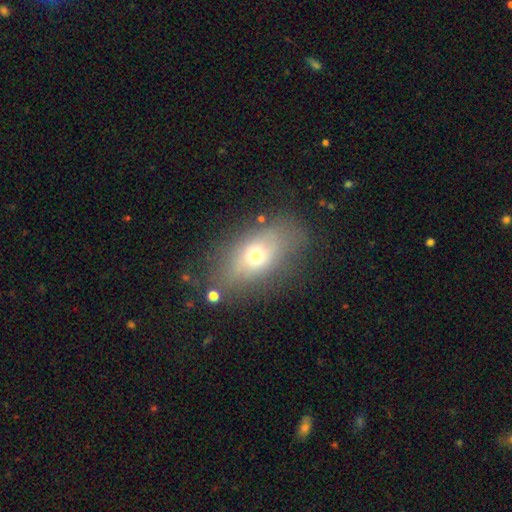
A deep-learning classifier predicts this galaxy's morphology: Smooth or featured: smooth — 60% (featured or disk — 27%)
How rounded: in between — 78% (round — 14%)
Merging: none — 73% (minor disturbance — 16%)